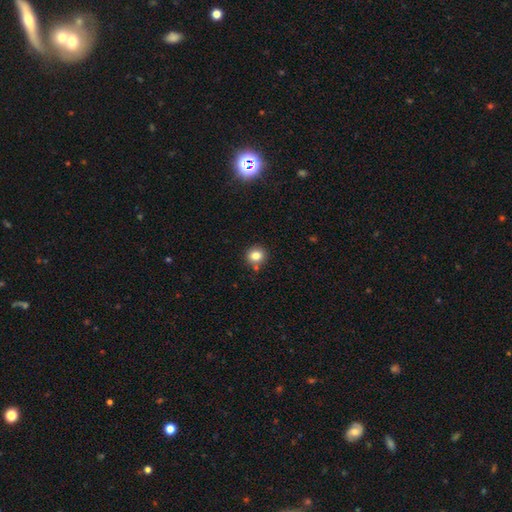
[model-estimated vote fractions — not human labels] Overall: smooth (81%). How rounded: round (86%). Merging: none (81%).